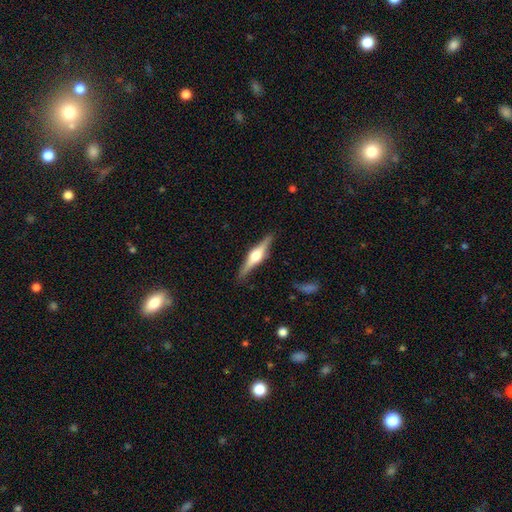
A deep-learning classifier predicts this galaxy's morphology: This appears to be a featured or disk galaxy (75%) viewed edge-on (98%) with a rounded central bulge (92%). Merging: none (89%).